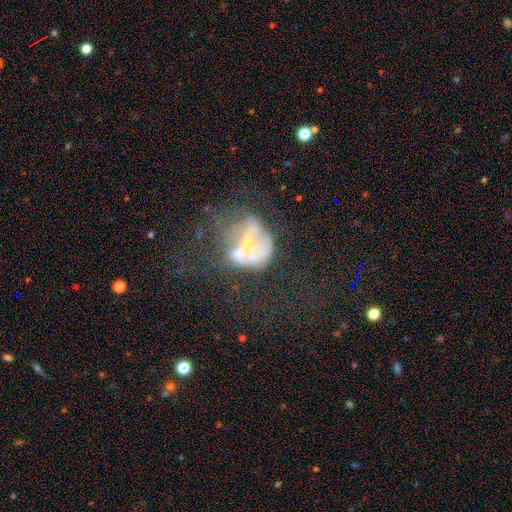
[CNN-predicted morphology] Overall: featured or disk (55%; smooth 26%). Edge-on disk: no (96%). Bar: no (79%). Spiral arms: no (88%). Bulge size: small (40%; moderate 32%). Merging: major disturbance (32%; merger 29%).